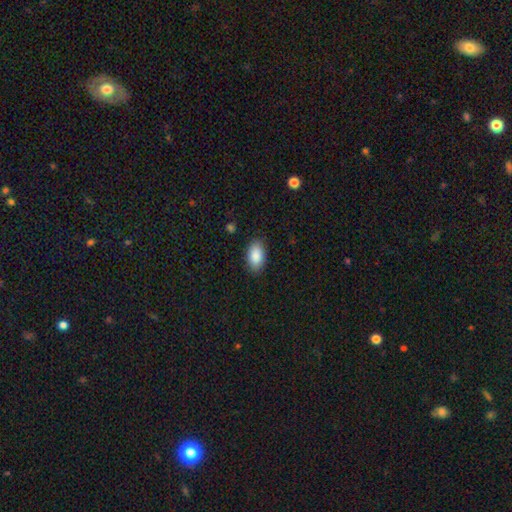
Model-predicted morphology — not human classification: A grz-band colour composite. It shows a smooth galaxy with no disk features (88%) that is in between round and cigar-shaped (93%). Merging: none (86%).